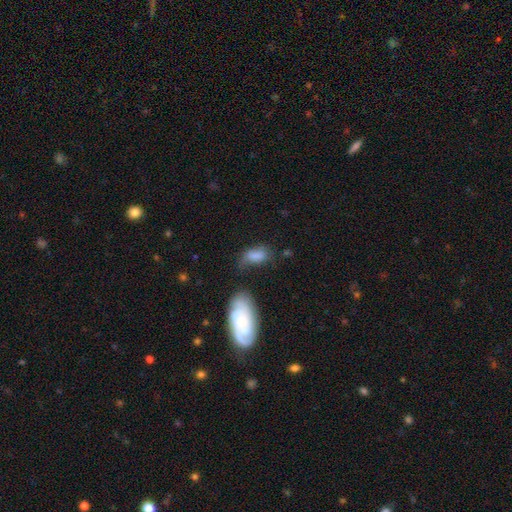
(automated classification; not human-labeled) Smooth or featured? smooth (76%)
How rounded? in between (90%)
Merging? none (38%)